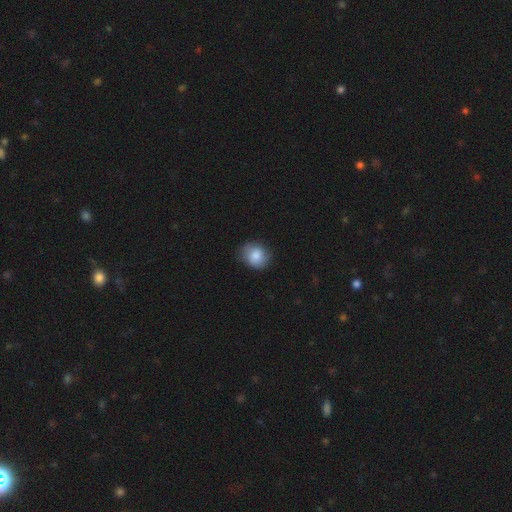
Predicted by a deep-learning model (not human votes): Smooth or featured?
  - smooth: 83% *
  - featured or disk: 10%
  - star or artifact: 7%
How rounded?
  - round: 66% *
  - in between: 33%
  - cigar-shaped: 1%
Merging?
  - none: 78% *
  - minor disturbance: 18%
  - major disturbance: 4%
  - merger: 1%